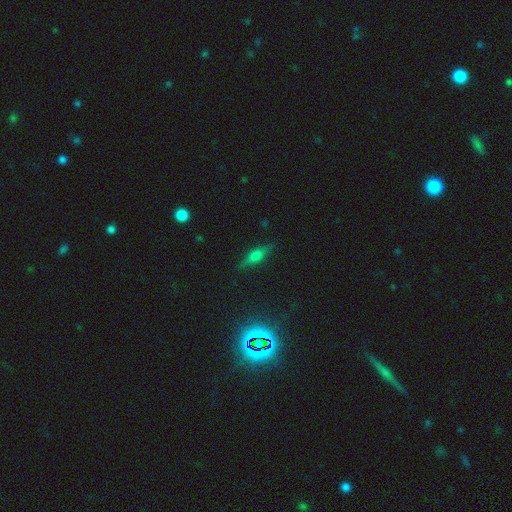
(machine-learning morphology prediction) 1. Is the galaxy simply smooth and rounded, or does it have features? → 53% featured or disk, 35% smooth, 13% star or artifact.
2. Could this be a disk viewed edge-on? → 93% yes, 7% no.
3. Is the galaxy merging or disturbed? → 85% none, 11% minor disturbance, 3% major disturbance, 1% merger.